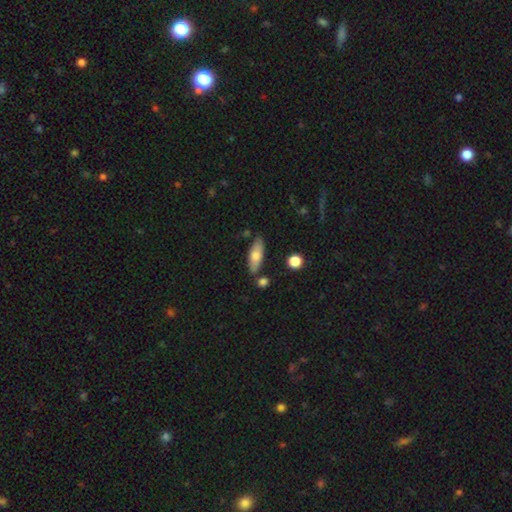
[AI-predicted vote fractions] Overall: smooth (70%). How rounded: in between (67%; cigar-shaped 30%). Merging: none (76%).